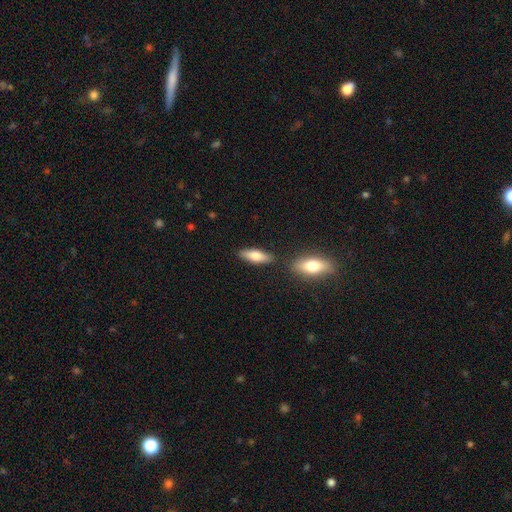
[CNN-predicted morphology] A smooth galaxy with no disk features (72%) that is in between round and cigar-shaped (54%).

Vote fractions:
- Smooth or featured? smooth: 72% / featured or disk: 22% / star or artifact: 6%
- How rounded? in between: 54% / cigar-shaped: 43% / round: 3%
- Merging? none: 79% / minor disturbance: 10% / merger: 8% / major disturbance: 3%